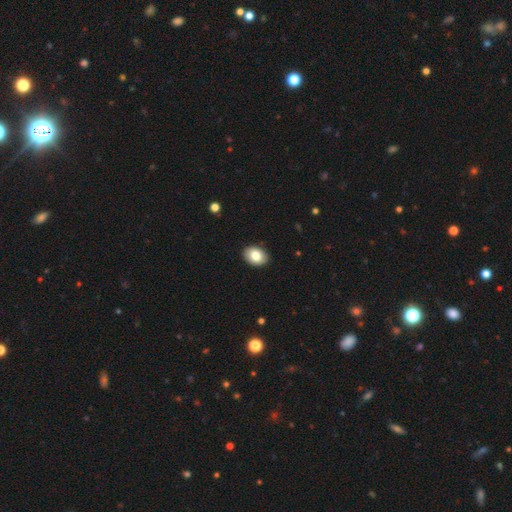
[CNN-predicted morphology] Smooth or featured? Predicted: smooth (p=0.84). How rounded? Predicted: in between (p=0.78). Merging? Predicted: none (p=0.90).